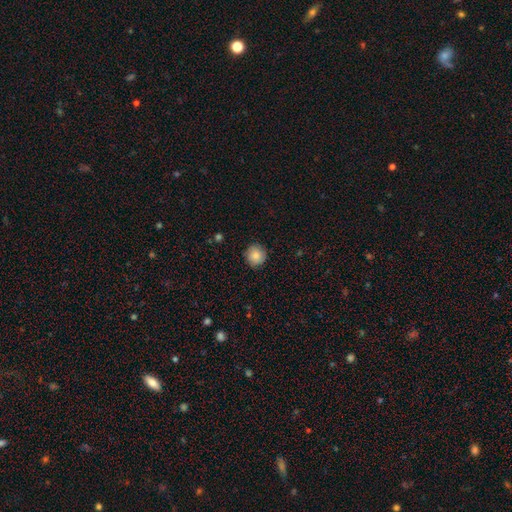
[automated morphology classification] type=smooth (85%); roundness=round (92%); merging=none (89%).